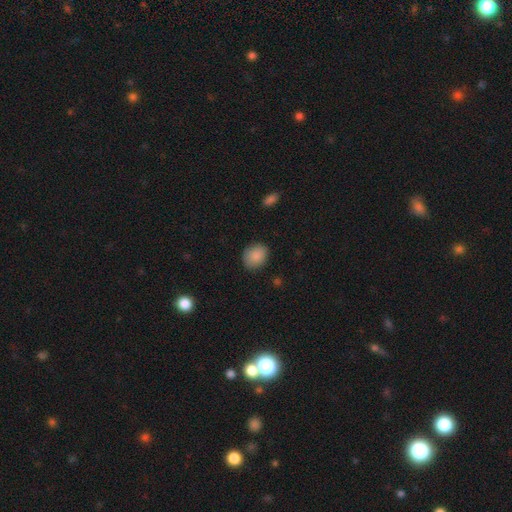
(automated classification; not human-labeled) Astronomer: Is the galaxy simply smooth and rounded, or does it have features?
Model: smooth — 88%.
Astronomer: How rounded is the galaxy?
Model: round — 54% (runner-up: in between, 45%).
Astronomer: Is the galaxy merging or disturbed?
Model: none — 85%.